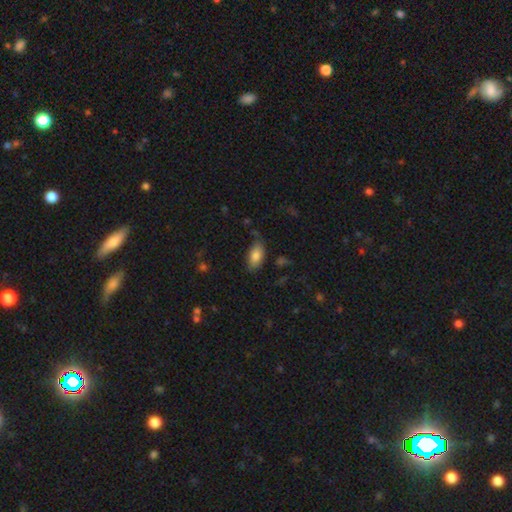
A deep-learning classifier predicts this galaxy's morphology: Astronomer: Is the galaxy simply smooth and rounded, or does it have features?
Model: smooth — 82%.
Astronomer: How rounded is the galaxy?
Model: in between — 92%.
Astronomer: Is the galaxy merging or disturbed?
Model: none — 67%.